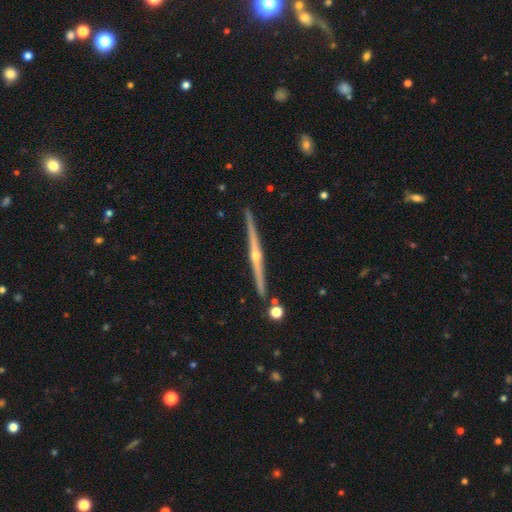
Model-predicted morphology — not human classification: featured or disk 86%, smooth 9%, star or artifact 5%. Down the decision tree: edge-on disk — yes (99%); edge-on bulge — rounded (88%); merging — none (91%).